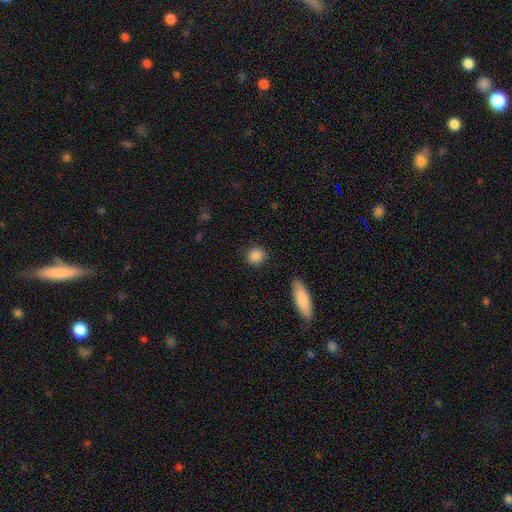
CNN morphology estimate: Q: Smooth or featured?
A: smooth (87%); runner-up: star or artifact (9%)
Q: How rounded?
A: round (78%); runner-up: in between (19%)
Q: Merging?
A: none (88%); runner-up: minor disturbance (8%)